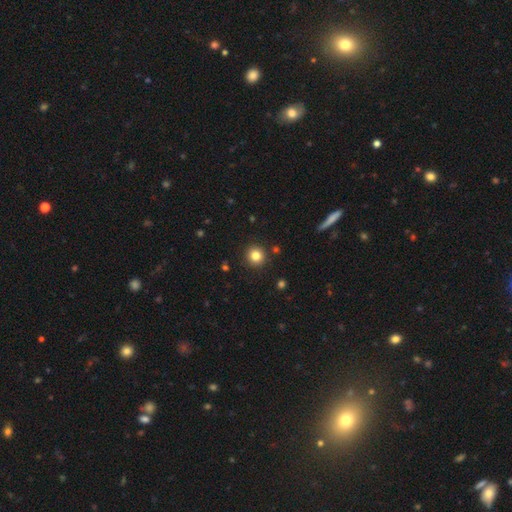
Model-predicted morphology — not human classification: Smooth or featured? Predicted: smooth (p=0.82). How rounded? Predicted: round (p=0.94). Merging? Predicted: none (p=0.91).